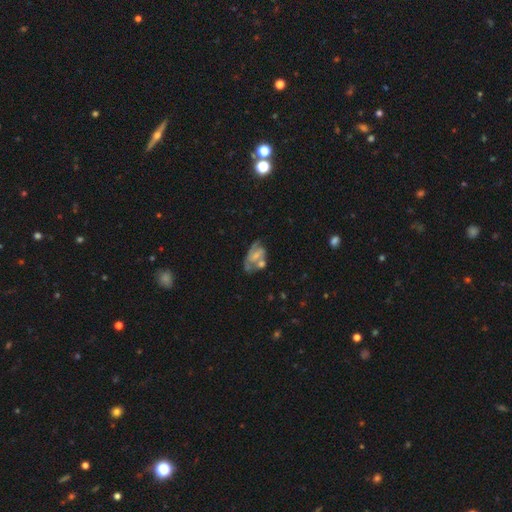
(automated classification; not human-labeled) This is likely a featured or disk galaxy (63%). It is clearly not viewed edge-on (96%). Bar: marginally no (43%). Spiral arm pattern: likely yes (71%). Central bulge: marginally small (41%). Merging: marginally none (35%).